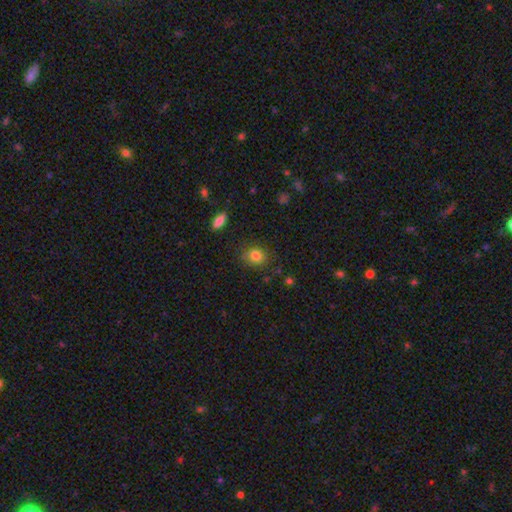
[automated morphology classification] smooth_or_featured: smooth (p=0.82) [alt: star or artifact p=0.11]
how_rounded: round (p=0.66) [alt: in between p=0.33]
merging: none (p=0.79) [alt: minor disturbance p=0.15]